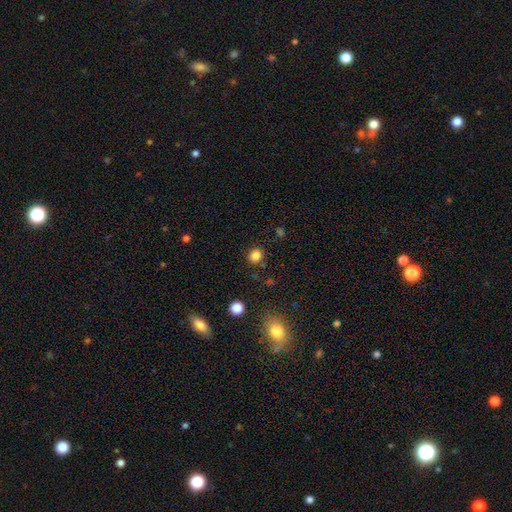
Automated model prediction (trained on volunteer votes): Smooth or featured? smooth (84%)
How rounded? round (76%)
Merging? none (86%)